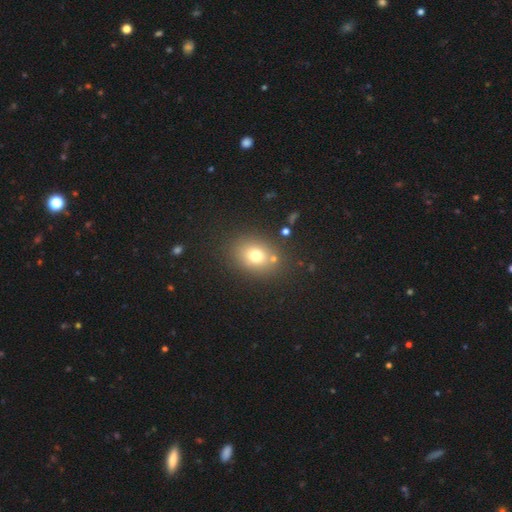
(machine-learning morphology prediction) Smooth or featured: smooth — 74% (star or artifact — 14%)
How rounded: in between — 53% (round — 46%)
Merging: none — 79% (minor disturbance — 10%)